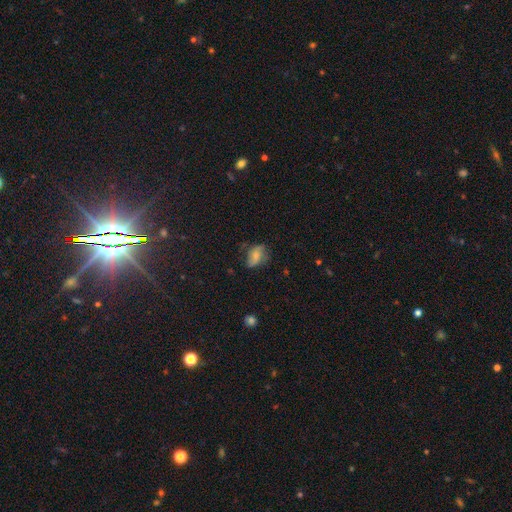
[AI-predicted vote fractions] Smooth or featured: smooth — 56% (featured or disk — 34%)
How rounded: in between — 80% (round — 18%)
Merging: none — 56% (minor disturbance — 30%)